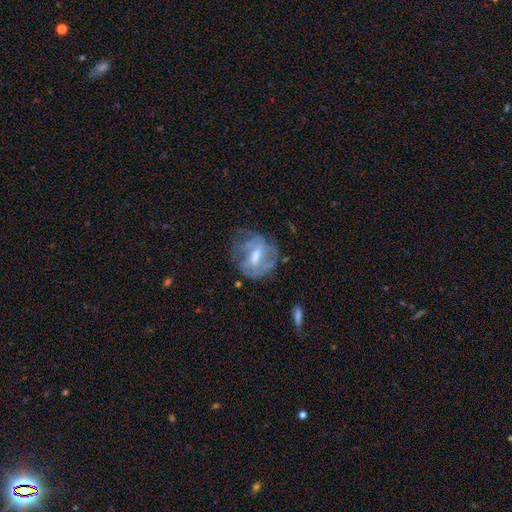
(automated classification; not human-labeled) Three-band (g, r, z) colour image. It shows a featured or disk galaxy (60%) with a weak bar (50%), no spiral arms (52%) and a moderate central bulge (54%). Merging: none (53%).